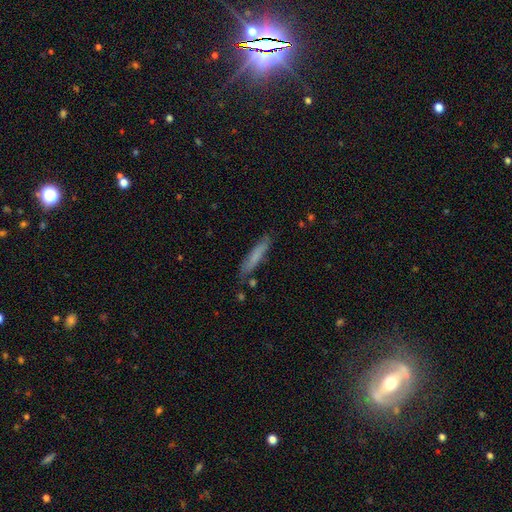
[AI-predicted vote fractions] smooth-or-featured: smooth: 70% | featured or disk: 23% | star or artifact: 7%
  how-rounded: cigar-shaped: 90% | in between: 9% | round: 1%
  merging: none: 81% | minor disturbance: 13% | major disturbance: 3% | merger: 3%